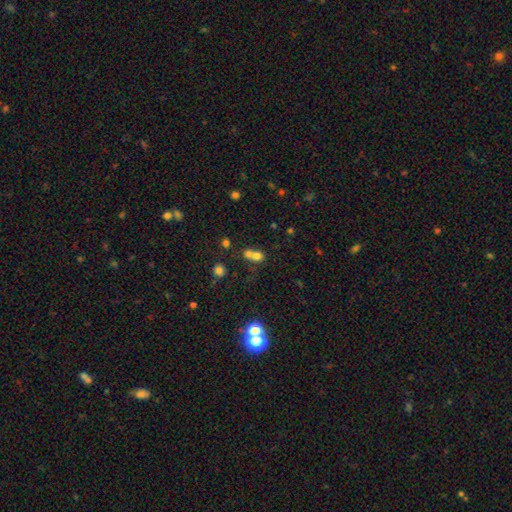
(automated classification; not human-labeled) Q: Smooth or featured?
A: smooth (69%); runner-up: star or artifact (18%)
Q: How rounded?
A: round (67%); runner-up: in between (32%)
Q: Merging?
A: merger (60%); runner-up: none (30%)